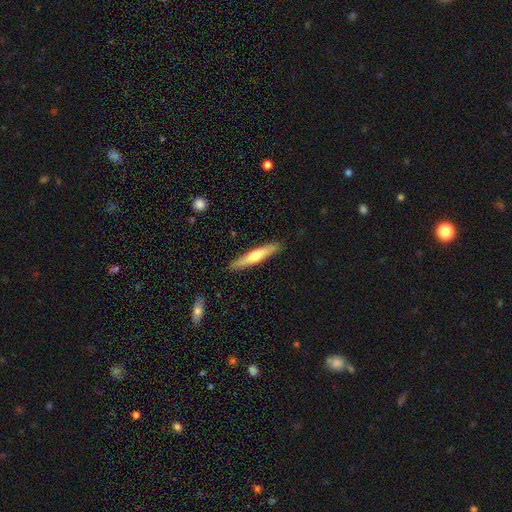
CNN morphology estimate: smooth_or_featured: smooth (p=0.49) [alt: featured or disk p=0.46]
merging: none (p=0.90) [alt: minor disturbance p=0.08]